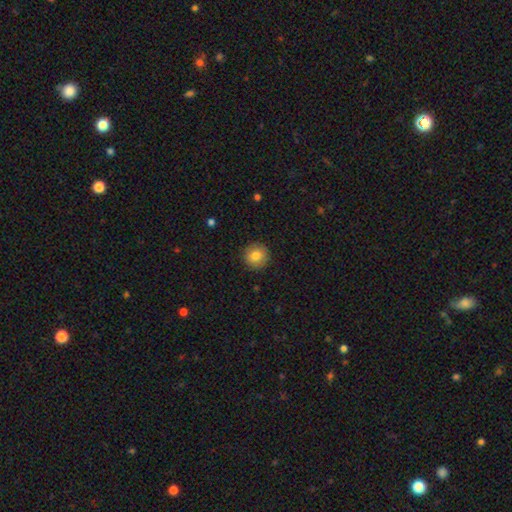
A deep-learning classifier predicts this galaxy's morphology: A smooth galaxy with no disk features (82%) that is round (94%). Merging: none (91%).